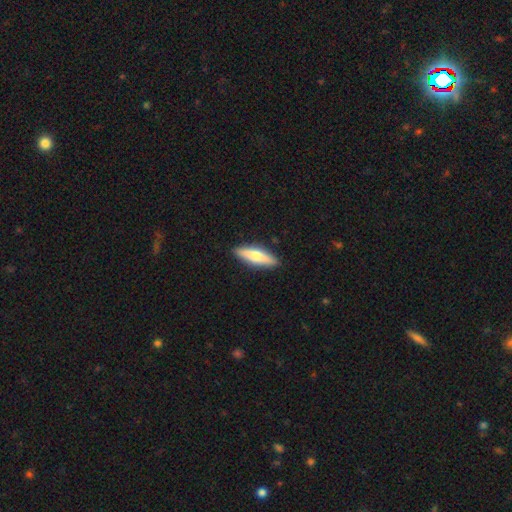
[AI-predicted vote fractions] Smooth or featured?
  - smooth: 58% *
  - featured or disk: 37%
  - star or artifact: 5%
How rounded?
  - cigar-shaped: 67% *
  - in between: 31%
  - round: 2%
Merging?
  - none: 90% *
  - minor disturbance: 8%
  - major disturbance: 2%
  - merger: 1%